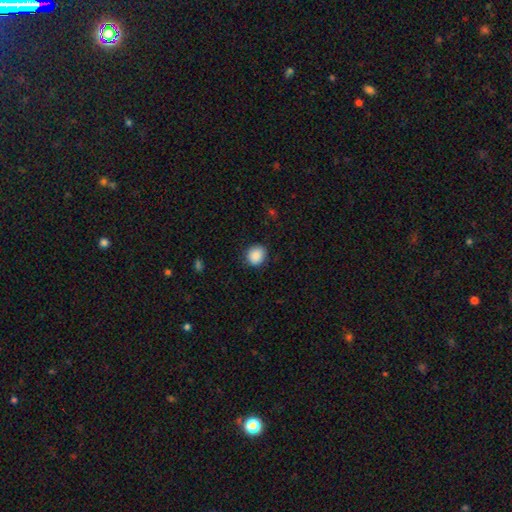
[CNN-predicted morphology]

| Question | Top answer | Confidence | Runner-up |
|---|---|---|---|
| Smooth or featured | smooth | 89% | star or artifact (8%) |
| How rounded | round | 79% | in between (20%) |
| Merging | none | 86% | minor disturbance (10%) |